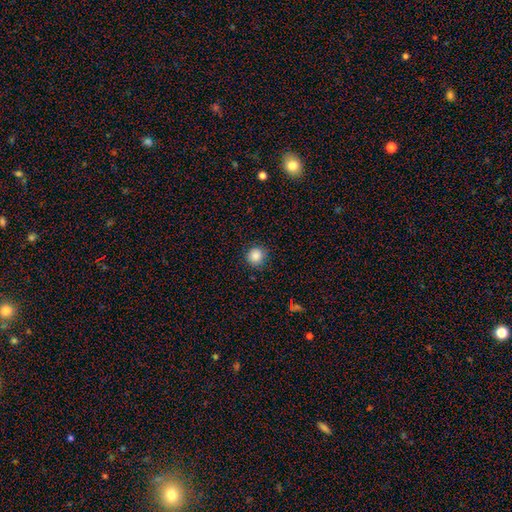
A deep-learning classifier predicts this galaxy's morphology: A smooth galaxy with no disk features (85%) that is round (93%). Merging: none (88%).